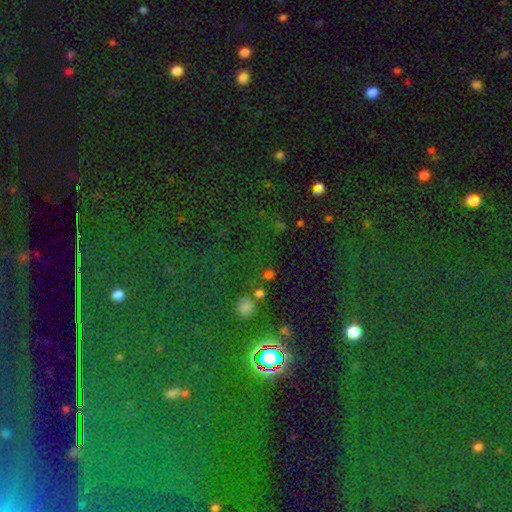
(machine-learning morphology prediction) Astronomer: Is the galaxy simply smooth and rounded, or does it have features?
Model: star or artifact — 73%.